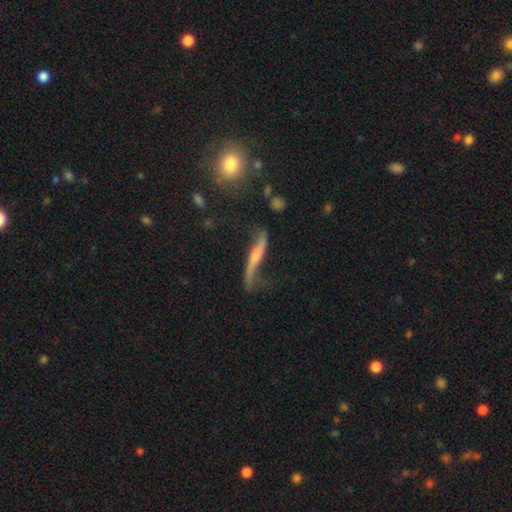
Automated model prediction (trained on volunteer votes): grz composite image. It shows a featured or disk galaxy (76%). Merging: none (53%).